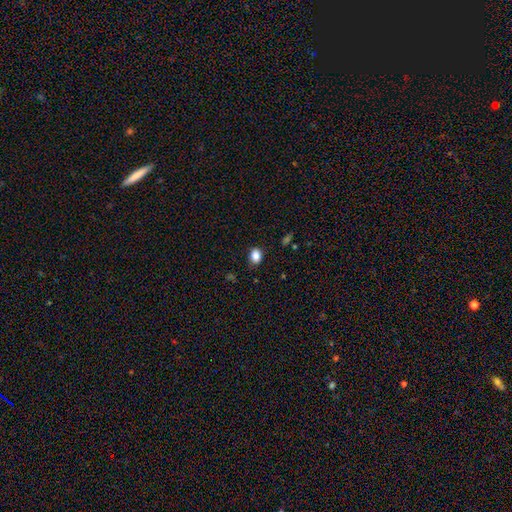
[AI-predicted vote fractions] smooth_or_featured: smooth (p=0.85) [alt: star or artifact p=0.10]
how_rounded: in between (p=0.63) [alt: round p=0.36]
merging: none (p=0.82) [alt: minor disturbance p=0.14]